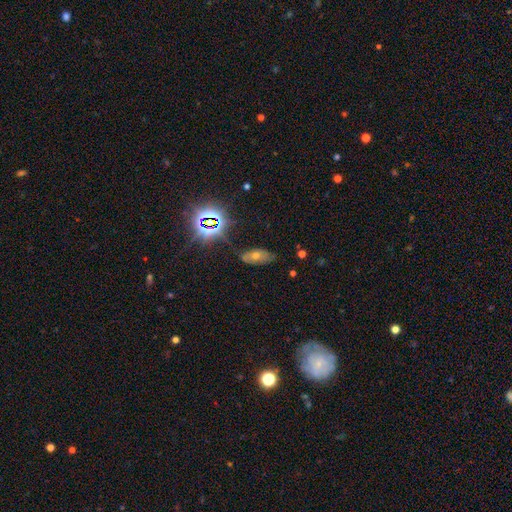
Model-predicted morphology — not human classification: Overall: star or artifact (42%; smooth 31%).